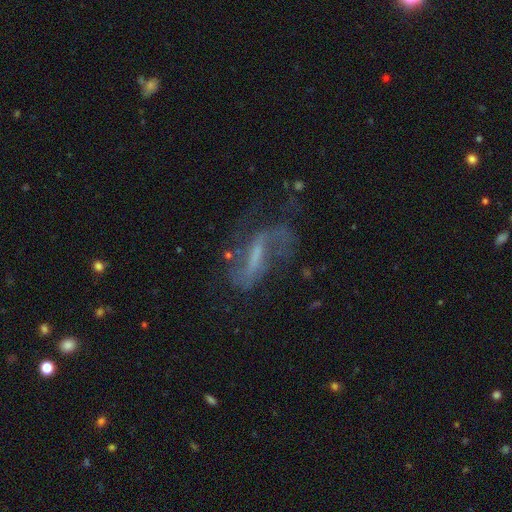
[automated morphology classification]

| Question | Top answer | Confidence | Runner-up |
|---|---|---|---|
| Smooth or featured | featured or disk | 74% | smooth (15%) |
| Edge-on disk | no | 88% | yes (12%) |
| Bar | strong | 46% | weak (36%) |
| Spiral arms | yes | 84% | no (16%) |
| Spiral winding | loose | 54% | medium (34%) |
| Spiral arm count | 2 | 75% | can't tell (10%) |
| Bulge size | none | 39% | small (37%) |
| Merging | none | 49% | major disturbance (26%) |